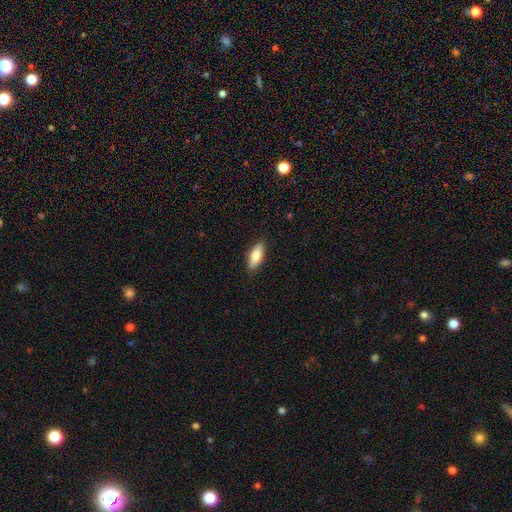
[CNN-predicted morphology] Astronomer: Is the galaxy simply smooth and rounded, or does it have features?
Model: smooth — 77%.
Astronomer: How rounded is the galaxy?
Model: in between — 76%.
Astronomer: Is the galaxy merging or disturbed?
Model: none — 87%.